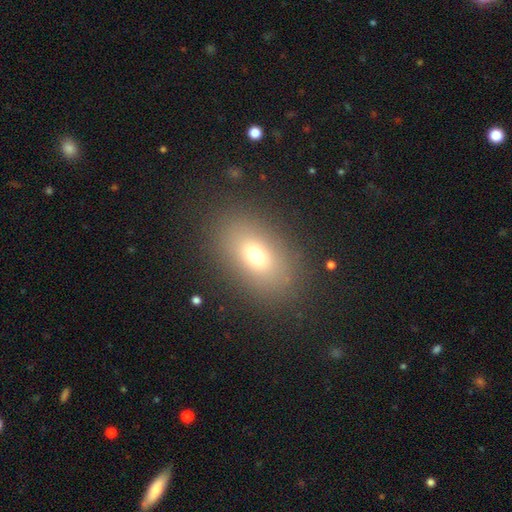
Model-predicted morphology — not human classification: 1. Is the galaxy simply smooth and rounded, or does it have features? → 70% smooth, 15% featured or disk, 15% star or artifact.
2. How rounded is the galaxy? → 79% in between, 19% round, 2% cigar-shaped.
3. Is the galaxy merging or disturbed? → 85% none, 9% minor disturbance, 5% major disturbance, 1% merger.